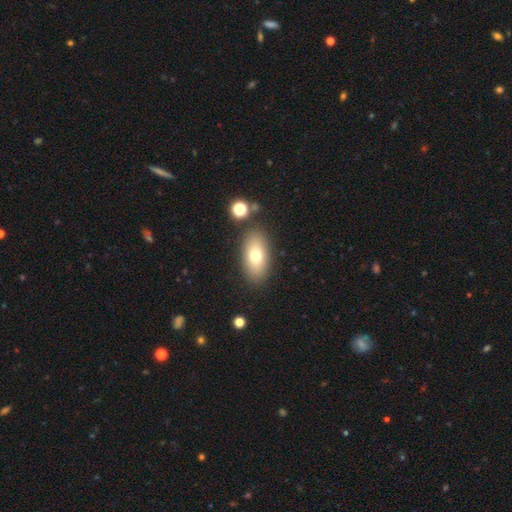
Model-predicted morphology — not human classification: Smooth or featured? Predicted: smooth (p=0.72). How rounded? Predicted: in between (p=0.89). Merging? Predicted: none (p=0.84).